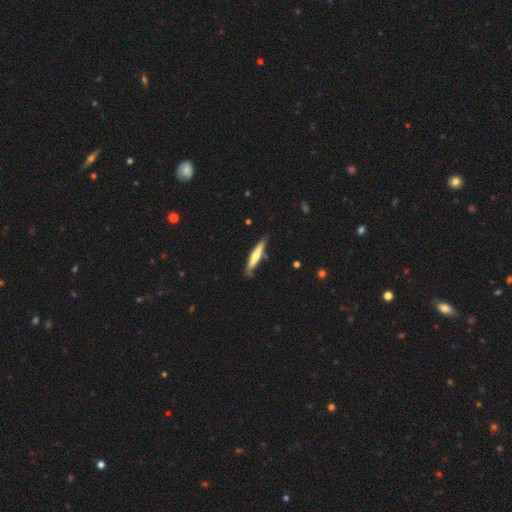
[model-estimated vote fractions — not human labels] featured or disk 49%, smooth 46%, star or artifact 5%. Down the decision tree: merging — none (79%).